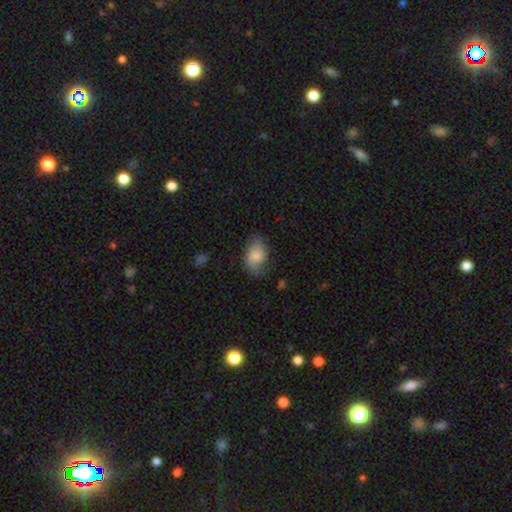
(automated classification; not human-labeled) Q: Smooth or featured?
A: smooth (76%); runner-up: featured or disk (17%)
Q: How rounded?
A: in between (81%); runner-up: round (18%)
Q: Merging?
A: none (58%); runner-up: minor disturbance (29%)